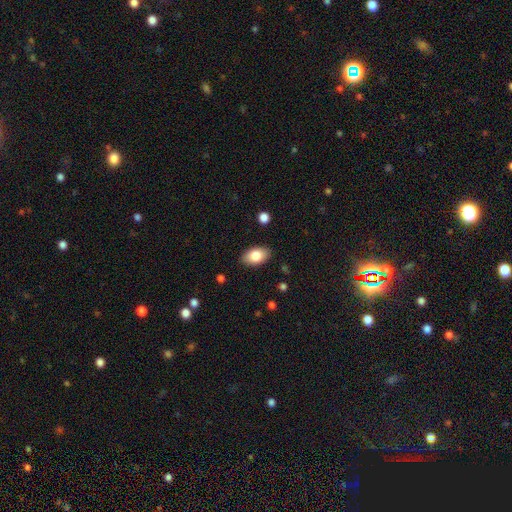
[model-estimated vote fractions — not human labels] Smooth or featured?
  - smooth: 82% *
  - featured or disk: 11%
  - star or artifact: 7%
How rounded?
  - in between: 92% *
  - round: 7%
  - cigar-shaped: 2%
Merging?
  - none: 87% *
  - minor disturbance: 10%
  - major disturbance: 2%
  - merger: 1%